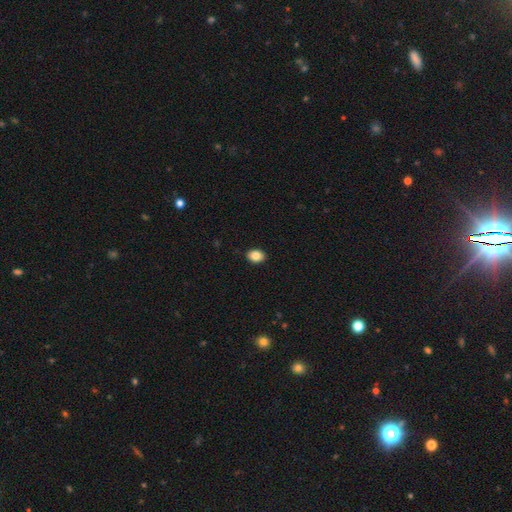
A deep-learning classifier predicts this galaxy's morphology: Q: Smooth or featured?
A: smooth (86%); runner-up: star or artifact (8%)
Q: How rounded?
A: in between (73%); runner-up: round (26%)
Q: Merging?
A: none (90%); runner-up: minor disturbance (8%)